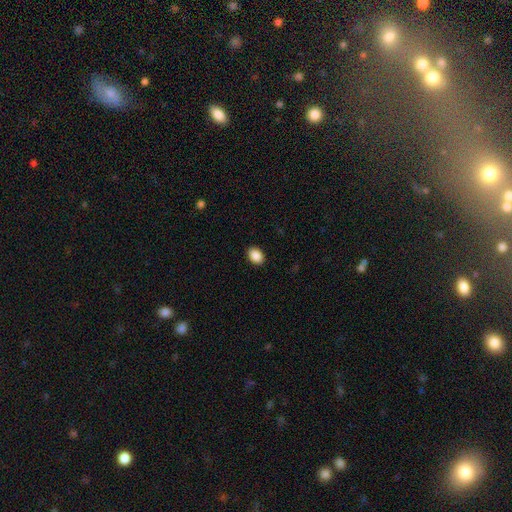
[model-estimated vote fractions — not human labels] This appears to be a smooth galaxy with no disk features (90%) that is in between round and cigar-shaped (75%). Merging: none (90%).